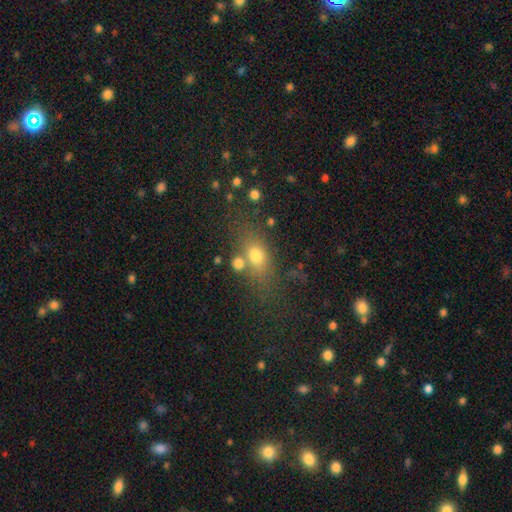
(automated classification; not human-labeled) A smooth galaxy with no disk features (69%) that is in between round and cigar-shaped (60%). Merging: none (58%).